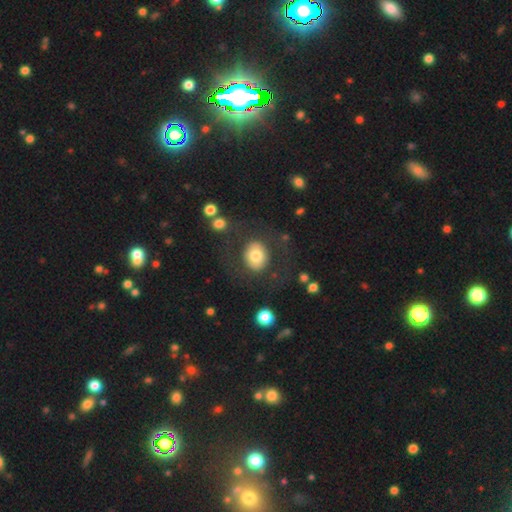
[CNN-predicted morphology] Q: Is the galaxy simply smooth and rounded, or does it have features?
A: smooth — 72%.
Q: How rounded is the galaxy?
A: round — 64%.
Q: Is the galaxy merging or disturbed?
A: none — 75%.